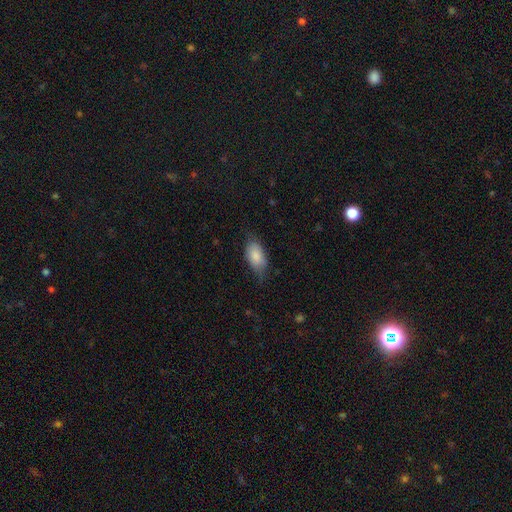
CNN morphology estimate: Q: Smooth or featured?
A: smooth (83%); runner-up: featured or disk (10%)
Q: How rounded?
A: in between (91%); runner-up: cigar-shaped (5%)
Q: Merging?
A: none (62%); runner-up: minor disturbance (29%)